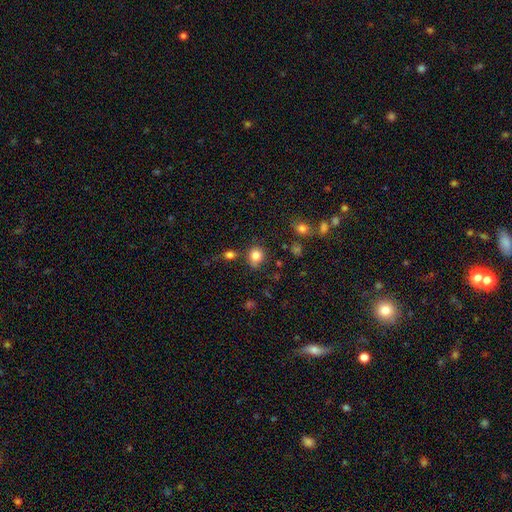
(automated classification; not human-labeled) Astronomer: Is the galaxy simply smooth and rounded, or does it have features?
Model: smooth — 83%.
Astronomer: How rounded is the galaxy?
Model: round — 74%.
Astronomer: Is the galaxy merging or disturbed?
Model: none — 72%.